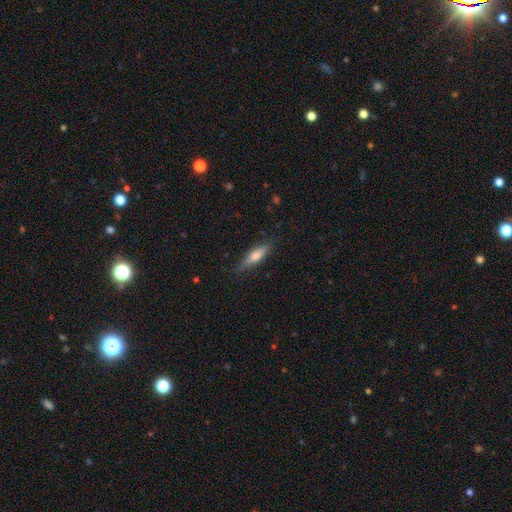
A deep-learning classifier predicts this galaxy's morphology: A smooth galaxy with no disk features (56%) that is cigar-shaped (72%). Merging: none (83%).